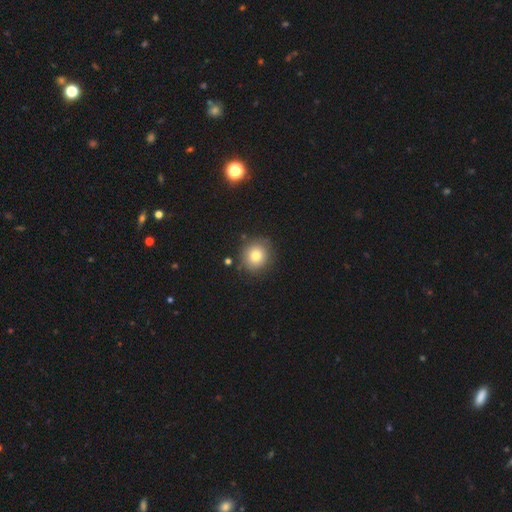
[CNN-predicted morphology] The model was most divided on "smooth or featured": smooth: 79%, star or artifact: 11%, featured or disk: 10%. More confident: how rounded — round (89%); merging — none (85%).